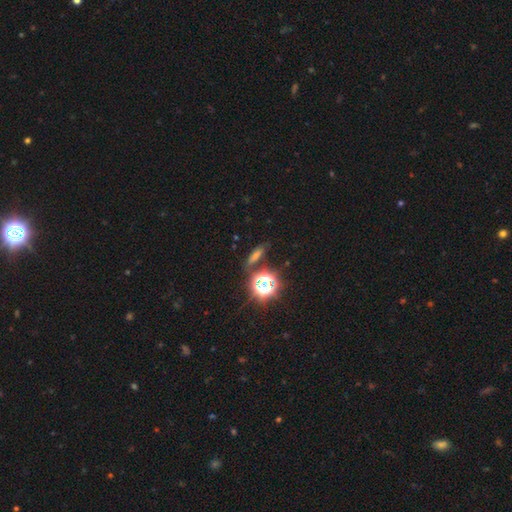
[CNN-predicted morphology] type=star or artifact (43%).